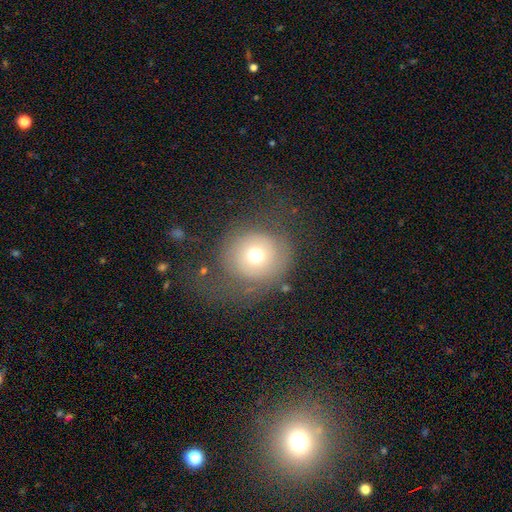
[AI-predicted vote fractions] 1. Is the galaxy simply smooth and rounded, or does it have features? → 62% smooth, 26% featured or disk, 13% star or artifact.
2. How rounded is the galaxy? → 88% round, 11% in between, 1% cigar-shaped.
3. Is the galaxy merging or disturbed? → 54% none, 26% major disturbance, 18% minor disturbance, 2% merger.